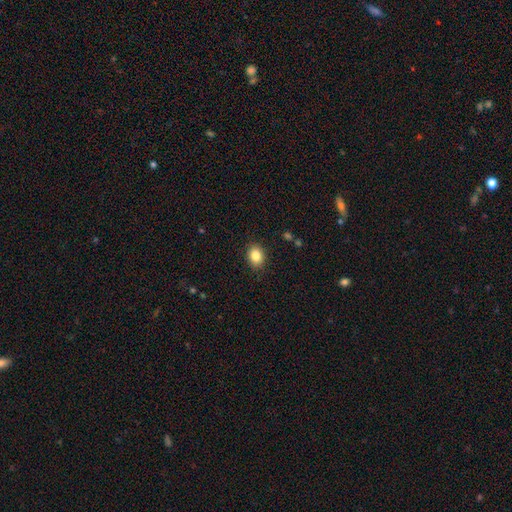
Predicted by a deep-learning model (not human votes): The model was most divided on "how rounded": in between: 53%, round: 46%, cigar-shaped: 1%. More confident: merging — none (88%); smooth or featured — smooth (85%).